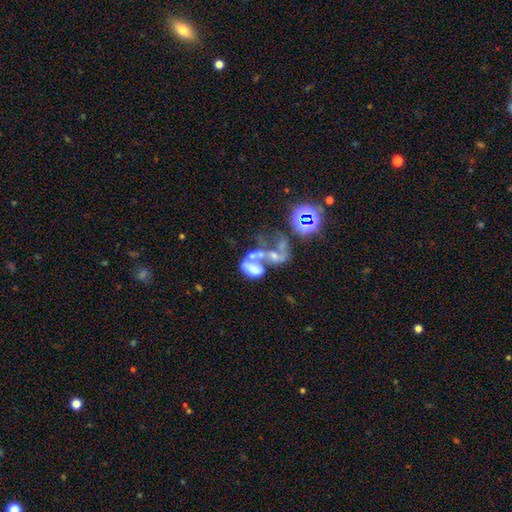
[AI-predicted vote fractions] Smooth or featured?
  - featured or disk: 41% *
  - smooth: 40%
  - star or artifact: 19%
Merging?
  - merger: 62% *
  - major disturbance: 19%
  - none: 12%
  - minor disturbance: 7%